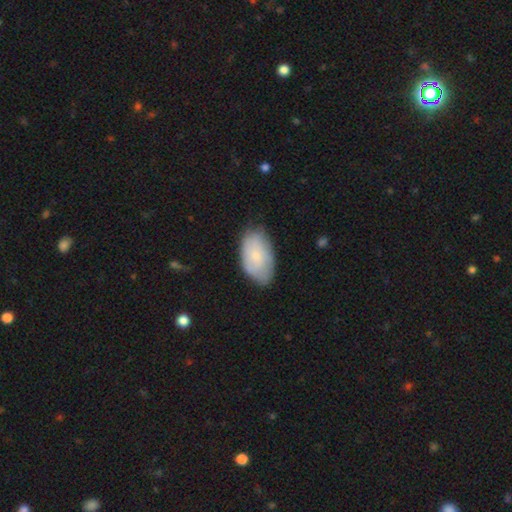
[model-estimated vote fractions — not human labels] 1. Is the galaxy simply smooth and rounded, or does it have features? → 68% smooth, 26% featured or disk, 6% star or artifact.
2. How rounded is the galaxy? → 94% in between, 4% round, 2% cigar-shaped.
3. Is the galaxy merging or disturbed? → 73% none, 22% minor disturbance, 4% major disturbance, 1% merger.